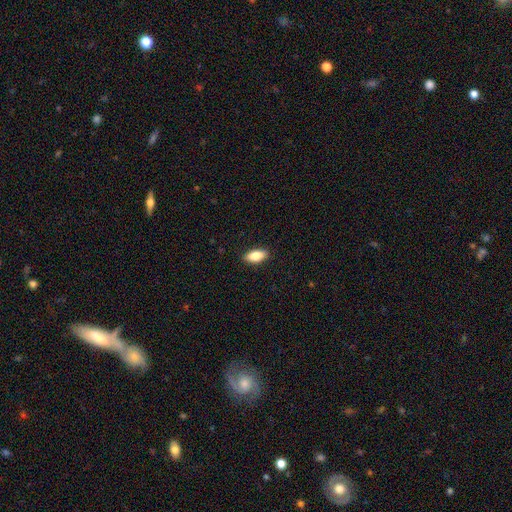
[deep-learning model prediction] Q: Smooth or featured?
A: smooth (82%); runner-up: featured or disk (12%)
Q: How rounded?
A: in between (86%); runner-up: cigar-shaped (12%)
Q: Merging?
A: none (90%); runner-up: minor disturbance (8%)